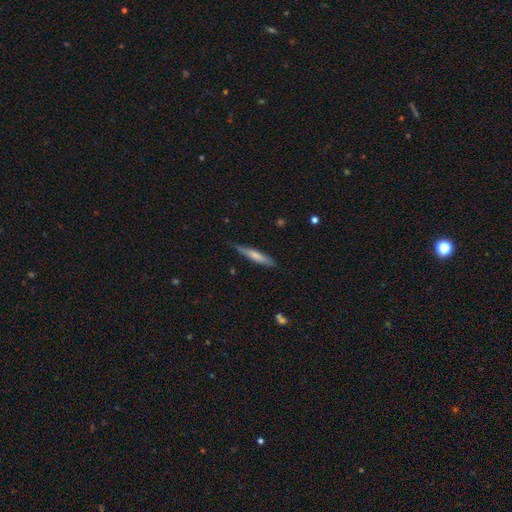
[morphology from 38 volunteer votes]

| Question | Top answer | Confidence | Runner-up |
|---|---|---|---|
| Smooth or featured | smooth | 74% | featured or disk (24%) |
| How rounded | cigar-shaped | 86% | in between (11%) |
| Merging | none | 70% | minor disturbance (22%) |